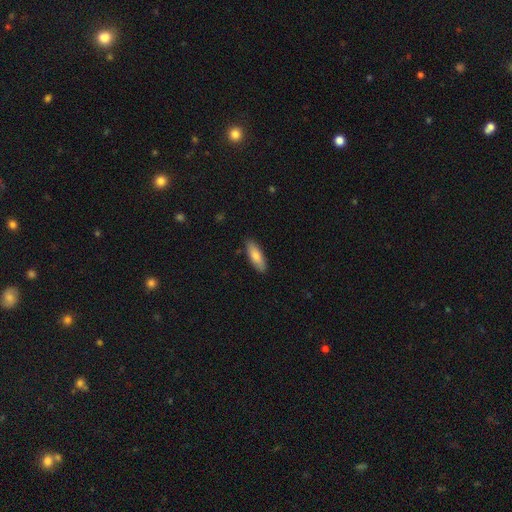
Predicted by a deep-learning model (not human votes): Smooth or featured? smooth (80%)
How rounded? in between (57%)
Merging? none (86%)